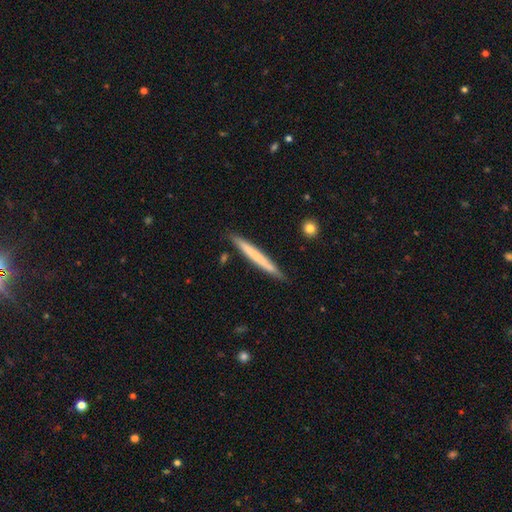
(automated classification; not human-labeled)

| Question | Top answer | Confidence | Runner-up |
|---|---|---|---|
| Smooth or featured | smooth | 60% | featured or disk (34%) |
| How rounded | cigar-shaped | 97% | in between (2%) |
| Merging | none | 87% | minor disturbance (10%) |